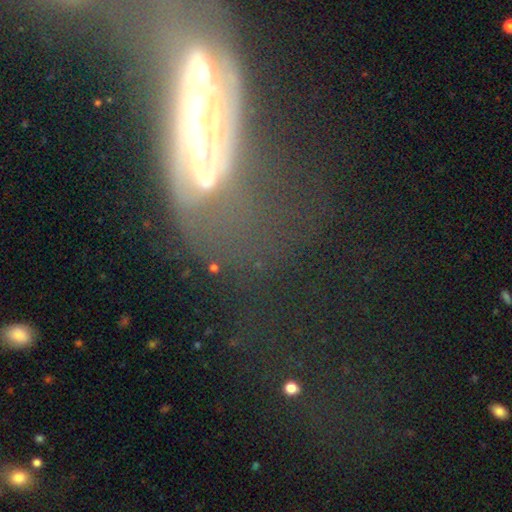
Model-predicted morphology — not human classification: smooth-or-featured: featured or disk: 69% | smooth: 17% | star or artifact: 14%
  disk-edge-on: no: 70% | yes: 30%
  merging: major disturbance: 37% | none: 33% | minor disturbance: 16% | merger: 14%